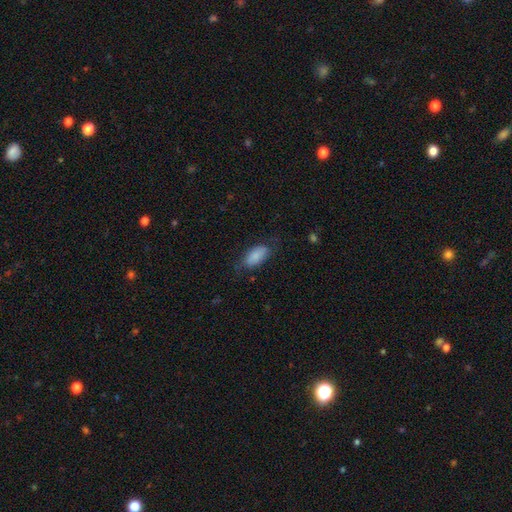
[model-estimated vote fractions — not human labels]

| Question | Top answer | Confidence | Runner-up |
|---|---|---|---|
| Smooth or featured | smooth | 83% | featured or disk (10%) |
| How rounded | in between | 90% | cigar-shaped (7%) |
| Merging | none | 65% | minor disturbance (24%) |